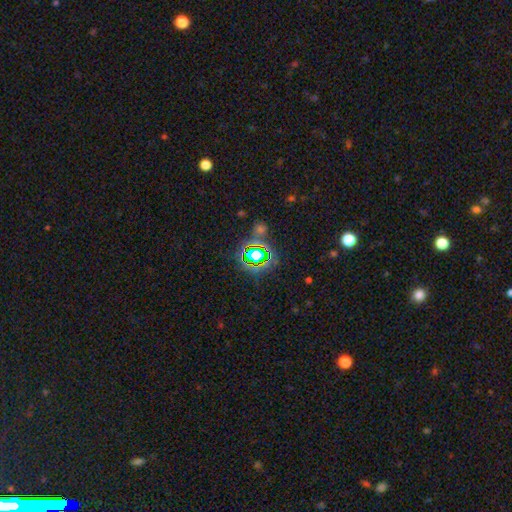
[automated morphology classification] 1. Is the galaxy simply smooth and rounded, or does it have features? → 69% star or artifact, 21% smooth, 10% featured or disk.